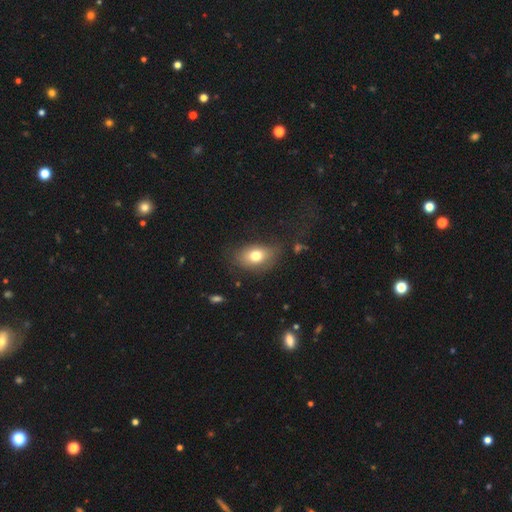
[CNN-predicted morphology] Smooth or featured?
  - smooth: 75% *
  - featured or disk: 15%
  - star or artifact: 10%
How rounded?
  - in between: 79% *
  - round: 19%
  - cigar-shaped: 2%
Merging?
  - none: 68% *
  - minor disturbance: 21%
  - major disturbance: 9%
  - merger: 2%